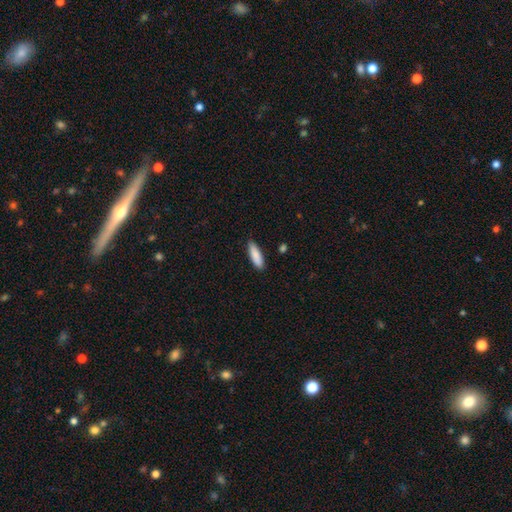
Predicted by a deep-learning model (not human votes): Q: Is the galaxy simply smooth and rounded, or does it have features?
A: smooth — 88%.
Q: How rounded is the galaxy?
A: cigar-shaped — 54%.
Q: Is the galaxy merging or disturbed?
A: none — 86%.